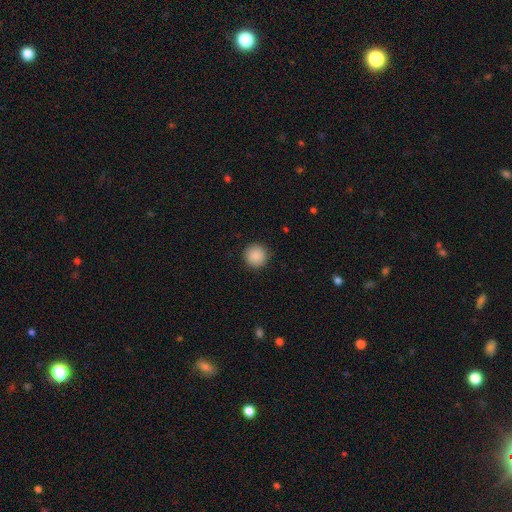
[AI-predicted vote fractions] The model was most divided on "smooth or featured": smooth: 89%, star or artifact: 8%, featured or disk: 3%. More confident: how rounded — round (95%); merging — none (92%).